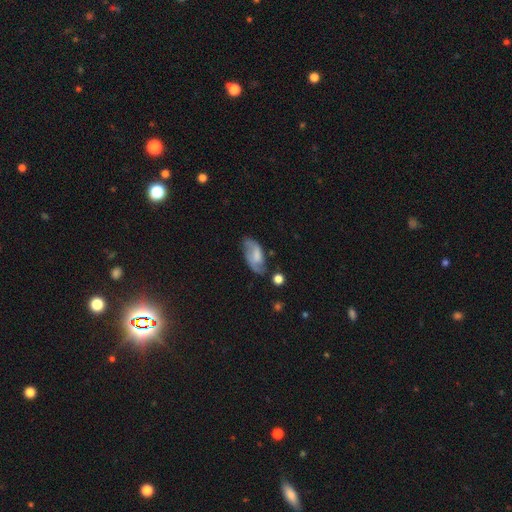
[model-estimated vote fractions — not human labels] The model was most divided on "smooth or featured": featured or disk: 50%, smooth: 42%, star or artifact: 8%. More confident: edge-on disk — no (91%); merging — none (57%).